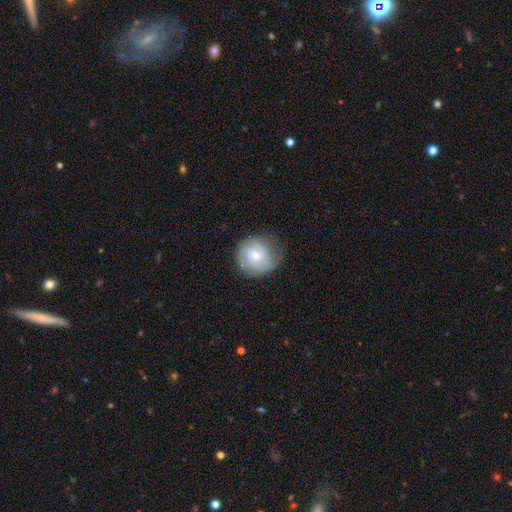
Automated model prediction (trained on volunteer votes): A featured or disk galaxy (55%) with no bar (60%), spiral arms (87%) and a moderate central bulge (47%, tied with small).

Vote fractions:
- Smooth or featured? featured or disk: 55% / smooth: 38% / star or artifact: 7%
- Edge-on disk? no: 98% / yes: 2%
- Bar? no: 60% / weak: 35% / strong: 5%
- Spiral arms? yes: 87% / no: 13%
- Bulge size? moderate: 47% (tied) / small: 47% (tied) / large: 3% / none: 2% / dominant: 1%
- Merging? none: 69% / minor disturbance: 22% / major disturbance: 8% / merger: 1%